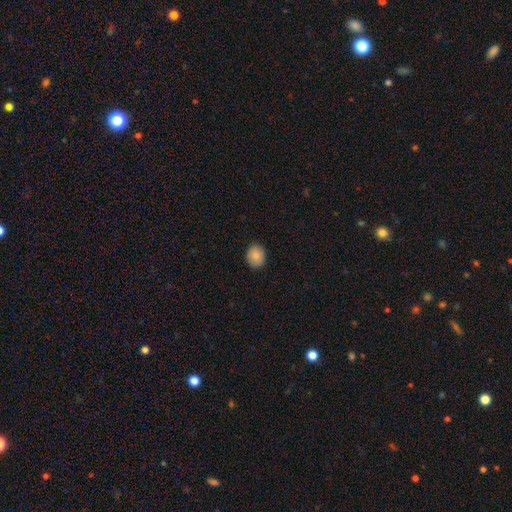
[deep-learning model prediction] Morphology: type=smooth (85%); roundness=round (55%); merging=none (88%).